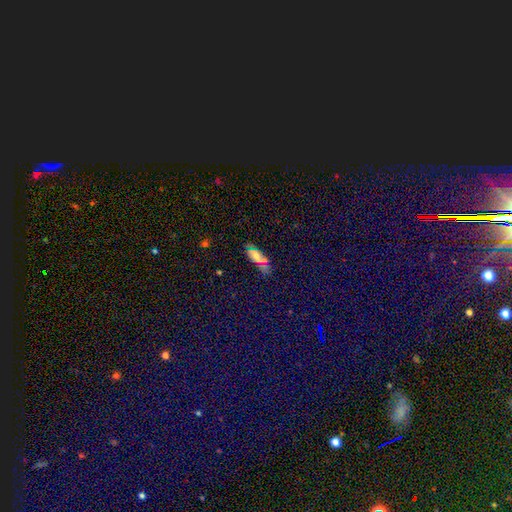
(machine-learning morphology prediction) Smooth or featured? Predicted: smooth (p=0.55). How rounded? Predicted: in between (p=0.71). Merging? Predicted: none (p=0.70).